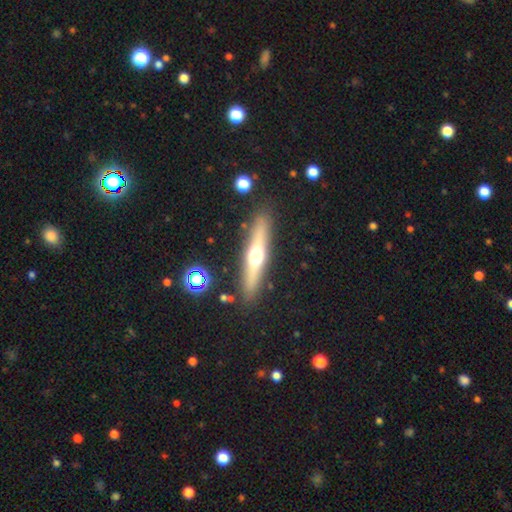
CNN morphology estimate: A featured or disk galaxy (57%) viewed edge-on (92%) with a rounded central bulge (93%). Merging: none (87%).